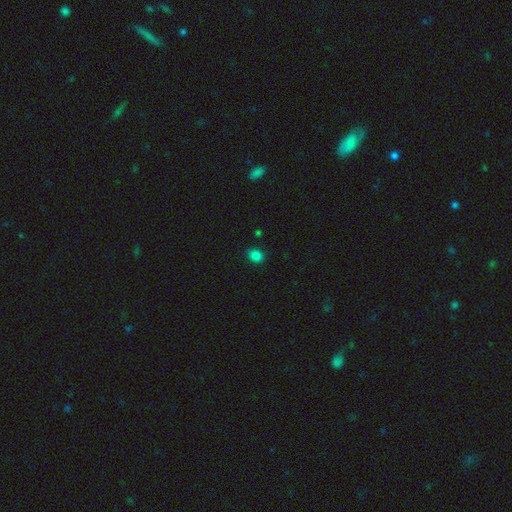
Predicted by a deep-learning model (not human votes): smooth 83%, star or artifact 13%, featured or disk 4%. Down the decision tree: how rounded — round (52%); merging — none (86%).